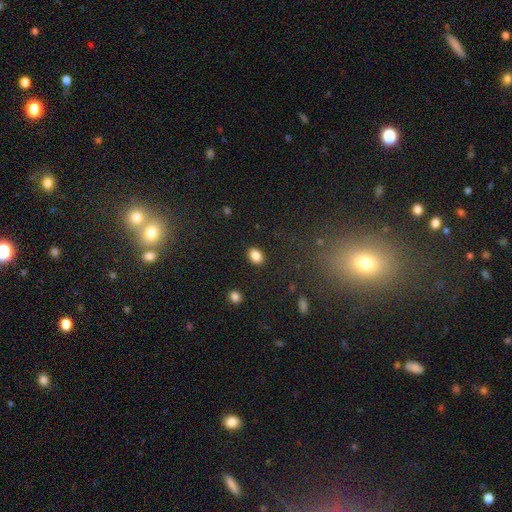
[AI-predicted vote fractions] Morphology: type=smooth (86%); roundness=in between (80%); merging=none (88%).